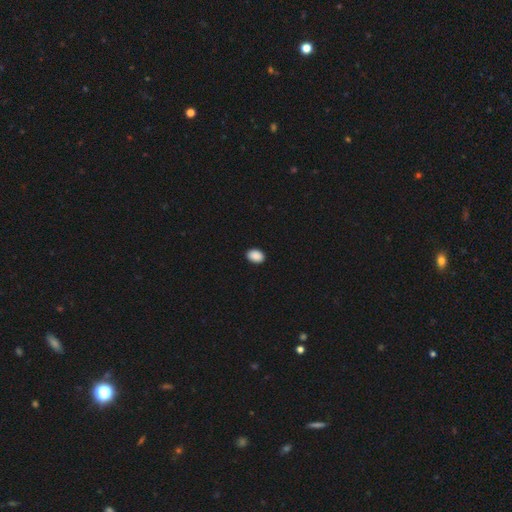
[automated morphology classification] type=smooth (90%); roundness=in between (81%); merging=none (90%).